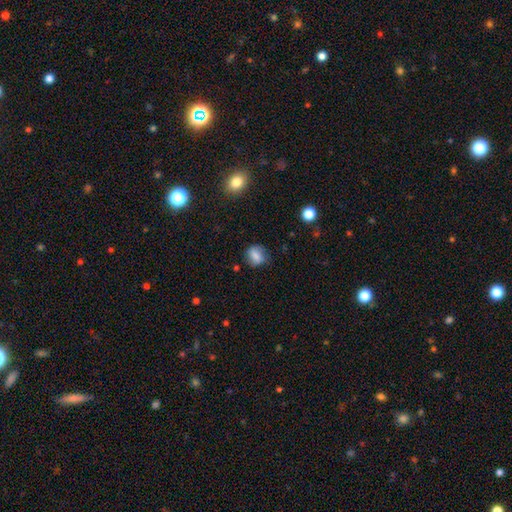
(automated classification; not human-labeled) Q: Smooth or featured?
A: smooth (76%); runner-up: featured or disk (14%)
Q: How rounded?
A: round (61%); runner-up: in between (37%)
Q: Merging?
A: none (71%); runner-up: minor disturbance (21%)